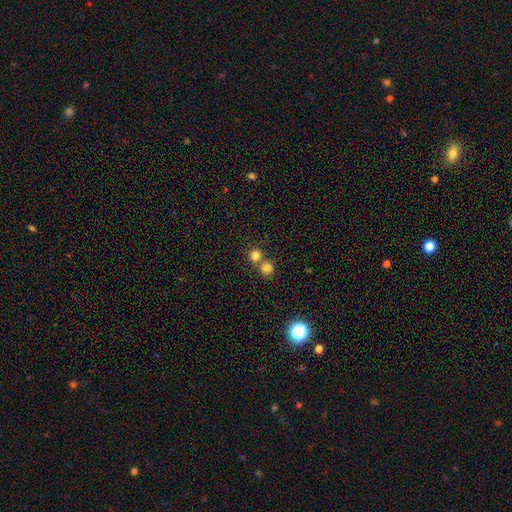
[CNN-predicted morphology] smooth_or_featured: smooth (p=0.79) [alt: star or artifact p=0.14]
how_rounded: round (p=0.91) [alt: in between p=0.08]
merging: none (p=0.55) [alt: merger p=0.39]